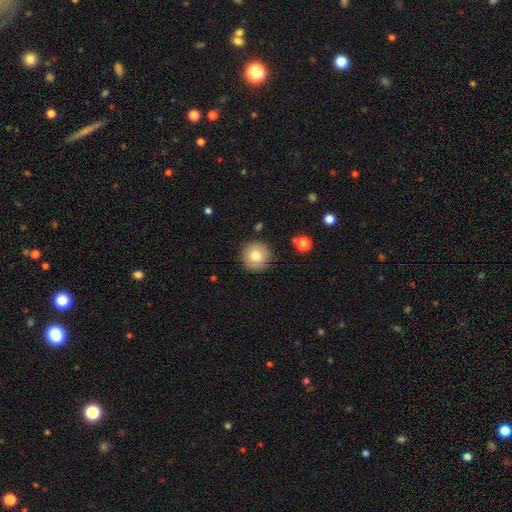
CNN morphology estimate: This is likely a smooth galaxy (79%). How rounded: clearly round (94%). Merging: clearly none (88%).